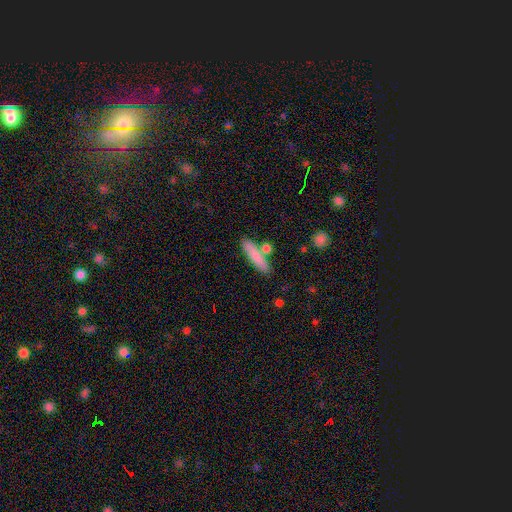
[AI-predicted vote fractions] Q: Smooth or featured?
A: smooth (79%); runner-up: featured or disk (15%)
Q: How rounded?
A: cigar-shaped (82%); runner-up: in between (16%)
Q: Merging?
A: none (76%); runner-up: minor disturbance (11%)